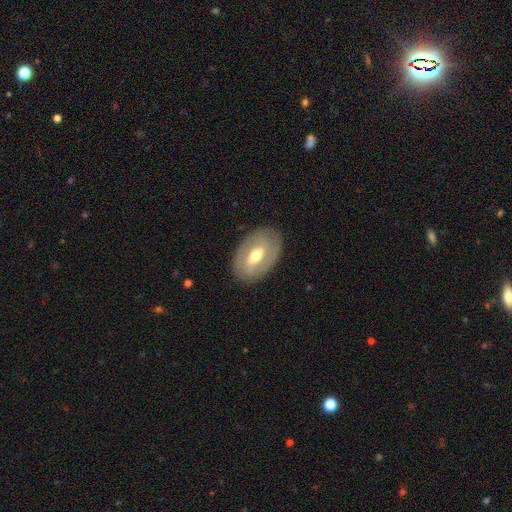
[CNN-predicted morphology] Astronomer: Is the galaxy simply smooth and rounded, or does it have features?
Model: featured or disk — 61%.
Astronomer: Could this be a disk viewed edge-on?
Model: no — 90%.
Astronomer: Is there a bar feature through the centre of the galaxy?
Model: weak — 42% (runner-up: strong, 34%).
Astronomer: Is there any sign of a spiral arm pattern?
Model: no — 60% (runner-up: yes, 40%).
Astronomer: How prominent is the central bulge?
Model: moderate — 67%.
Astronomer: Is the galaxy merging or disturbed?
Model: none — 84%.